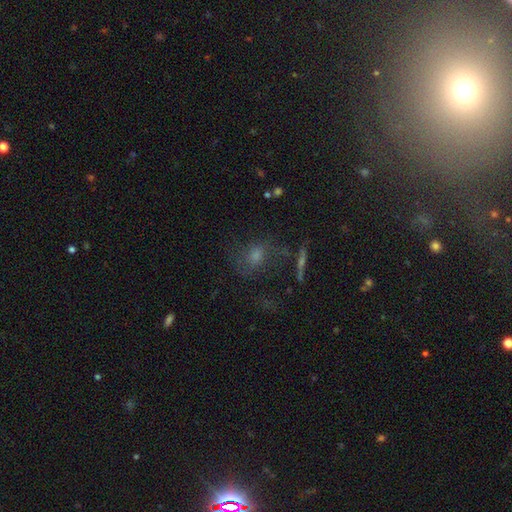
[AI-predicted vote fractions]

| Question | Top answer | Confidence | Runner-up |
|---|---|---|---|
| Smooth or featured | smooth | 42% | featured or disk (36%) |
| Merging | none | 56% | major disturbance (19%) |